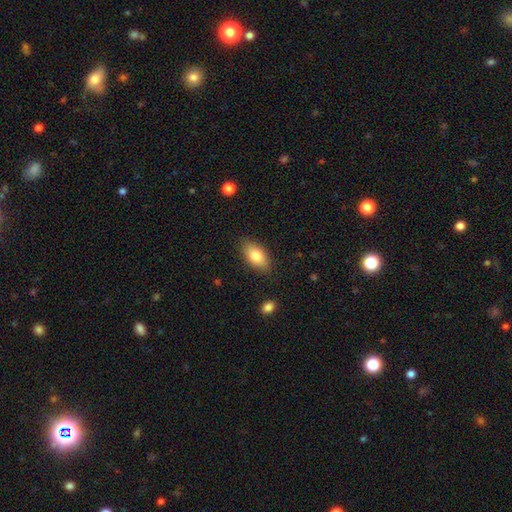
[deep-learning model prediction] A smooth galaxy with no disk features (80%) that is in between round and cigar-shaped (89%).

Vote fractions:
- Smooth or featured? smooth: 80% / featured or disk: 13% / star or artifact: 7%
- How rounded? in between: 89% / cigar-shaped: 6% / round: 4%
- Merging? none: 85% / minor disturbance: 11% / major disturbance: 3% / merger: 1%